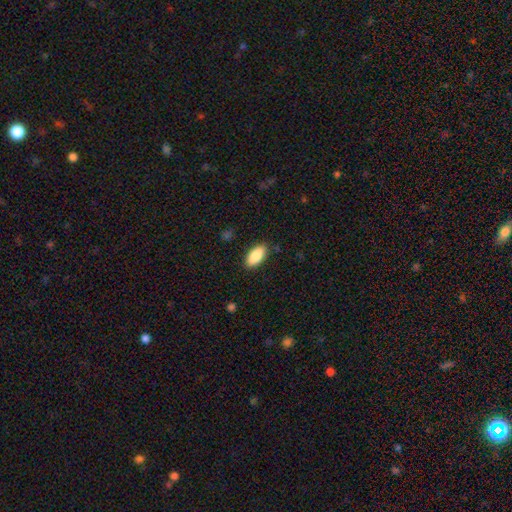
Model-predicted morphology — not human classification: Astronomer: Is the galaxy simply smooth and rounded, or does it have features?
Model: smooth — 87%.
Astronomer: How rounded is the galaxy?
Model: in between — 90%.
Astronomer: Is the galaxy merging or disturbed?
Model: none — 87%.